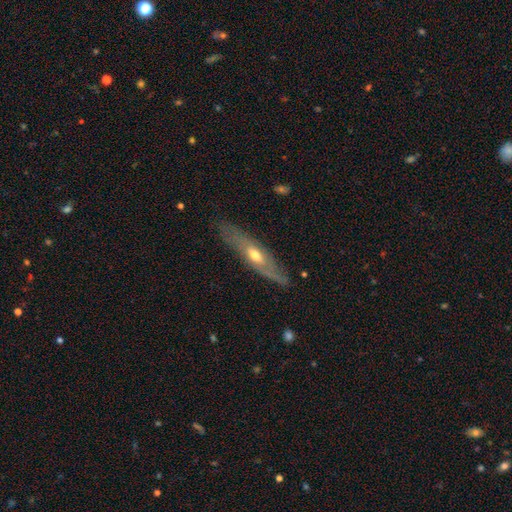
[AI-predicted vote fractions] Smooth or featured?
  - featured or disk: 68% *
  - smooth: 26%
  - star or artifact: 6%
Edge-on disk?
  - yes: 63% *
  - no: 37%
Merging?
  - none: 80% *
  - minor disturbance: 15%
  - major disturbance: 3%
  - merger: 1%